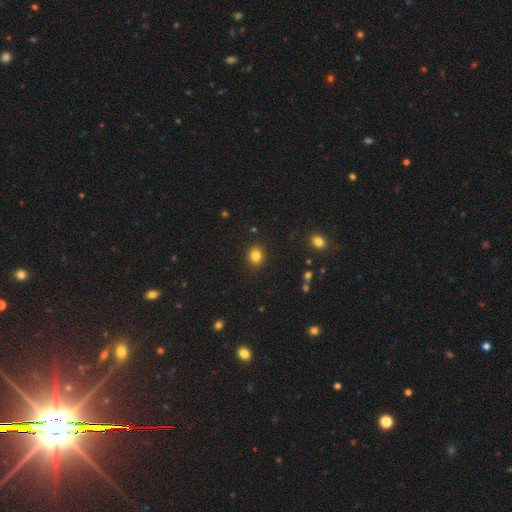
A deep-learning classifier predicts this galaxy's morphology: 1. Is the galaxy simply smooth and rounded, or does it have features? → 83% smooth, 11% star or artifact, 6% featured or disk.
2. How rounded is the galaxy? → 67% round, 33% in between, 1% cigar-shaped.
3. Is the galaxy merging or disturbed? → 90% none, 6% minor disturbance, 2% major disturbance, 1% merger.